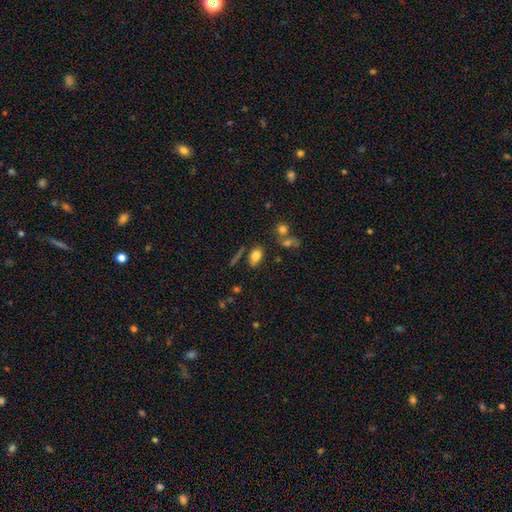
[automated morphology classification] smooth_or_featured: smooth (p=0.80) [alt: star or artifact p=0.11]
how_rounded: in between (p=0.86) [alt: round p=0.10]
merging: none (p=0.69) [alt: minor disturbance p=0.15]